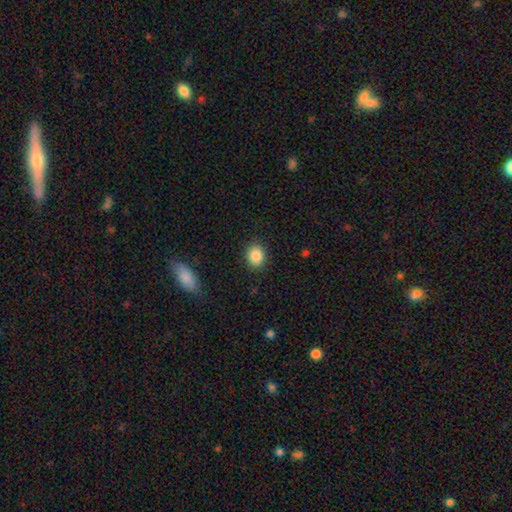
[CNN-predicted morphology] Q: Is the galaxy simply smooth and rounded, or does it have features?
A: smooth — 86%.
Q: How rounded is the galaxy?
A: round — 53%.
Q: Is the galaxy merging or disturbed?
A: none — 89%.